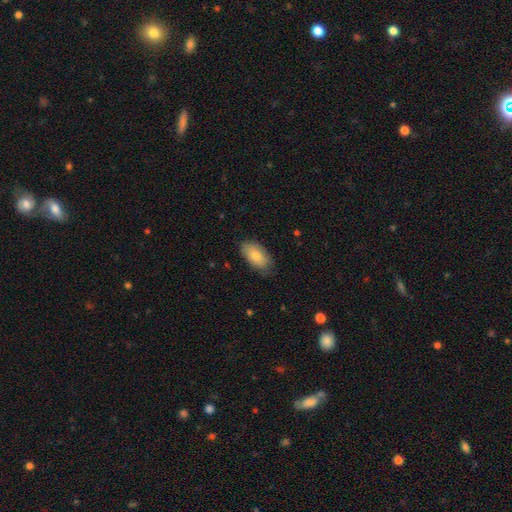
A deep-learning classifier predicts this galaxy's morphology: type=smooth (80%); roundness=in between (94%); merging=none (76%).